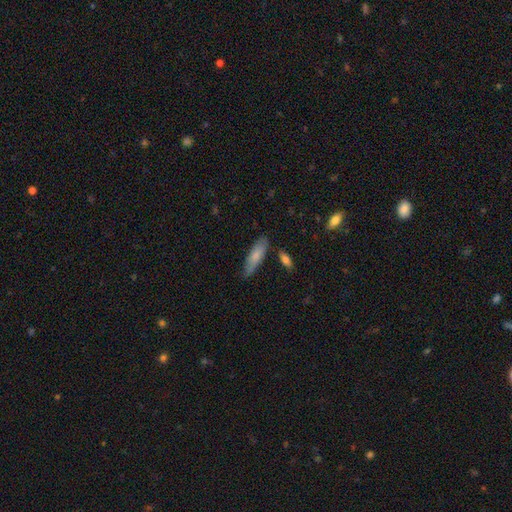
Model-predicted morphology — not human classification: A smooth galaxy with no disk features (79%) that is cigar-shaped (57%). Merging: none (71%).